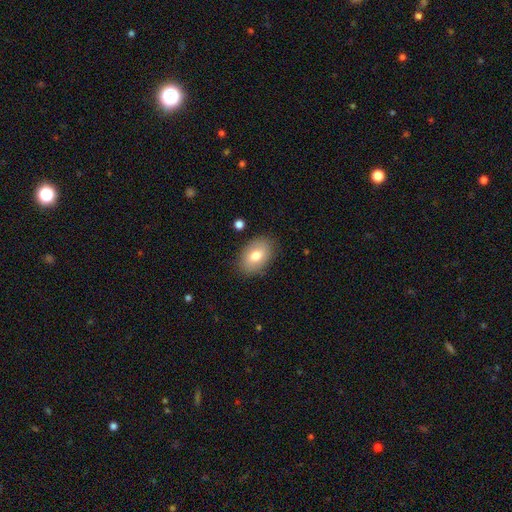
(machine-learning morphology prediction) Smooth or featured? smooth (76%)
How rounded? in between (87%)
Merging? none (84%)